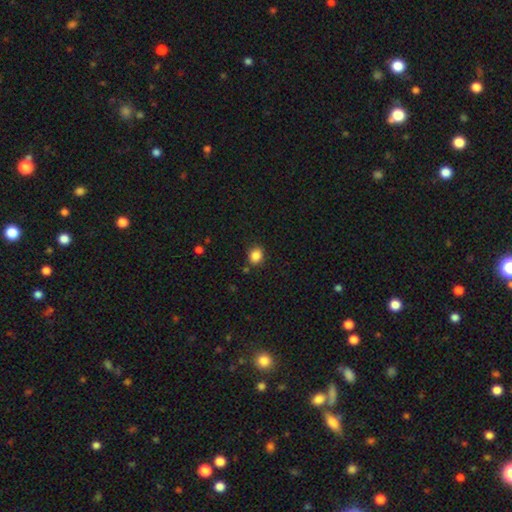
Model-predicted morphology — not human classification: Smooth or featured: smooth — 85% (star or artifact — 11%)
How rounded: round — 61% (in between — 38%)
Merging: none — 82% (minor disturbance — 12%)